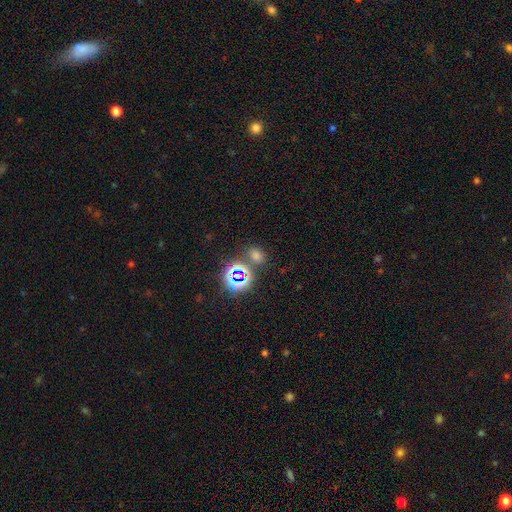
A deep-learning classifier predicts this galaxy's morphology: type=smooth (50%); merging=none (72%).